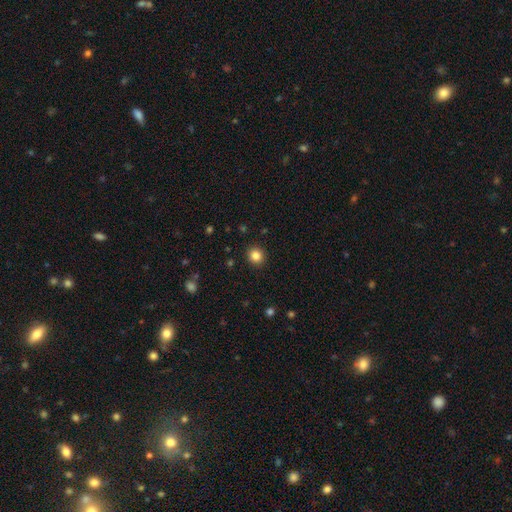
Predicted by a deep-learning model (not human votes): Smooth or featured? Predicted: smooth (p=0.84). How rounded? Predicted: round (p=0.85). Merging? Predicted: none (p=0.91).